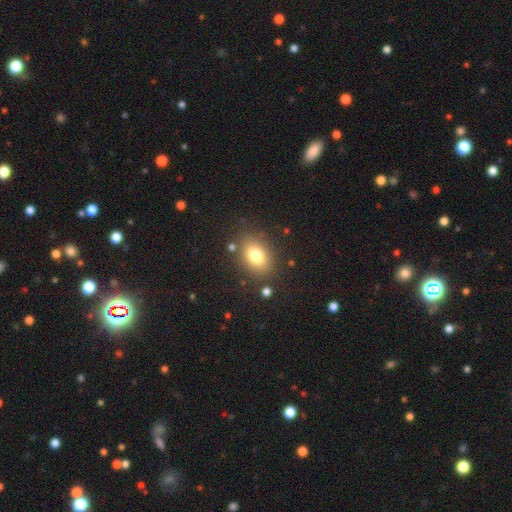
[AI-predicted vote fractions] This appears to be a smooth galaxy with no disk features (77%) that is in between round and cigar-shaped (71%). Merging: none (82%).